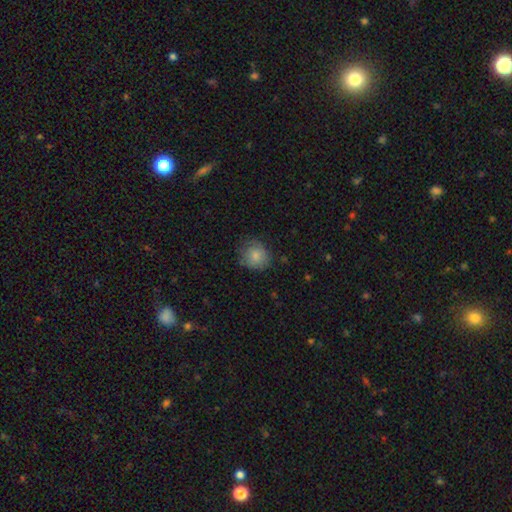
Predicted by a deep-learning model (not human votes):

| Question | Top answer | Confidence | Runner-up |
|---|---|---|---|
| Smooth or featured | smooth | 79% | featured or disk (13%) |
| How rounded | round | 79% | in between (20%) |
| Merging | none | 68% | minor disturbance (24%) |